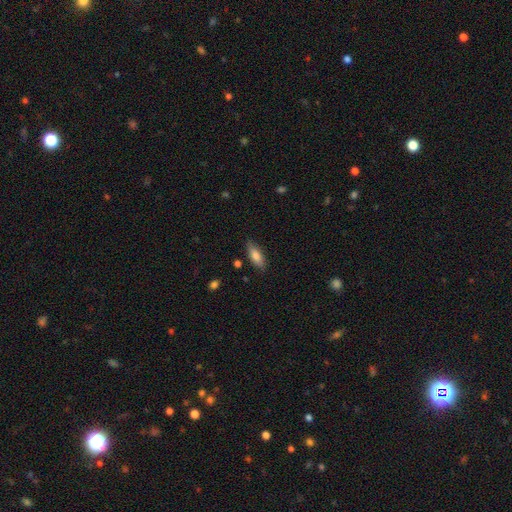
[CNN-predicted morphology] Smooth or featured?
  - smooth: 79% *
  - featured or disk: 15%
  - star or artifact: 7%
How rounded?
  - in between: 67% *
  - cigar-shaped: 30%
  - round: 2%
Merging?
  - none: 82% *
  - minor disturbance: 14%
  - major disturbance: 3%
  - merger: 2%